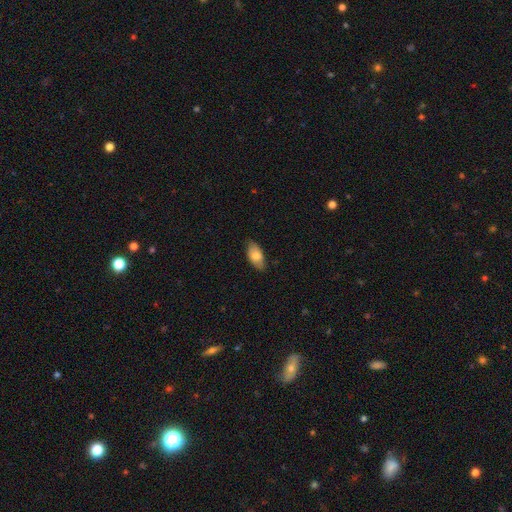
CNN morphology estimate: Smooth or featured: smooth — 76% (featured or disk — 17%)
How rounded: in between — 92% (cigar-shaped — 5%)
Merging: none — 79% (minor disturbance — 17%)